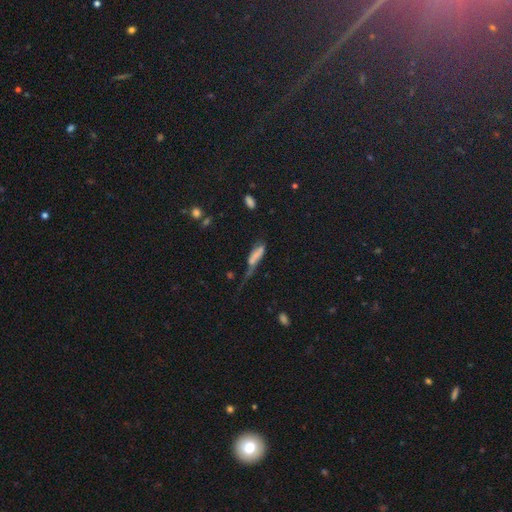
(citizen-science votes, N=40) smooth 57%, featured or disk 35%, star or artifact 8%. Down the decision tree: how rounded — in between (70%); merging — major disturbance (73%).